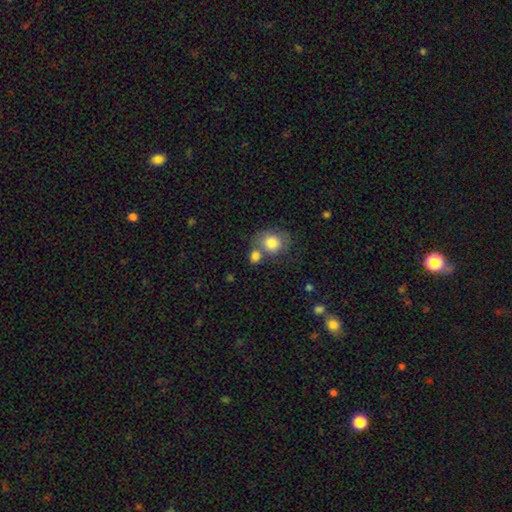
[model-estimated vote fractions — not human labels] smooth 82%, featured or disk 9%, star or artifact 9%. Down the decision tree: how rounded — round (63%); merging — none (45%).